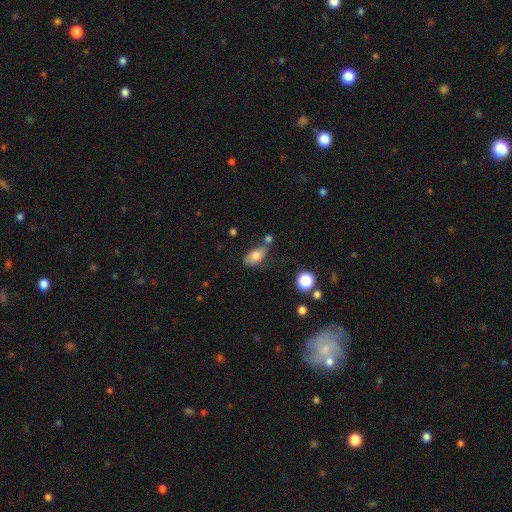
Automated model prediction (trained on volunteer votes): This appears to be a smooth galaxy with no disk features (77%) that is in between round and cigar-shaped (89%). Merging: none (50%).